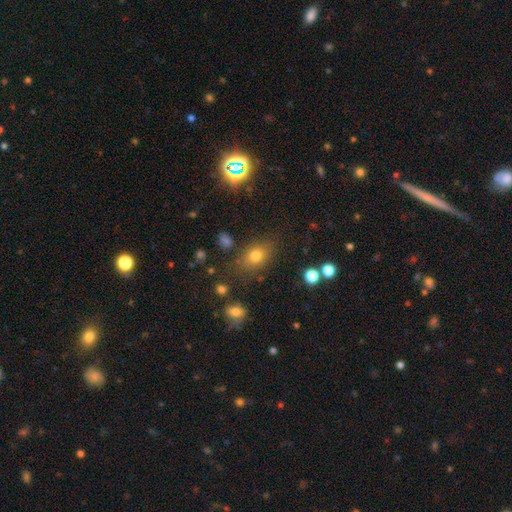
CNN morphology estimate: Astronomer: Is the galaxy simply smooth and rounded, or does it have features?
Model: smooth — 73%.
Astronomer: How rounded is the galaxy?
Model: in between — 70%.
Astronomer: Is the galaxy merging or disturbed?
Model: none — 75%.